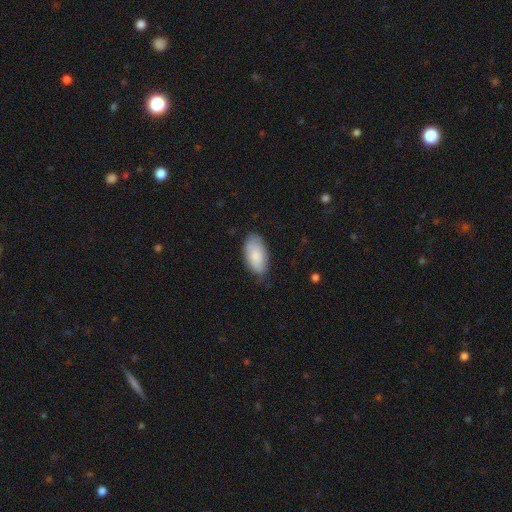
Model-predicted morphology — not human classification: Overall: smooth (83%). How rounded: in between (95%). Merging: none (71%).